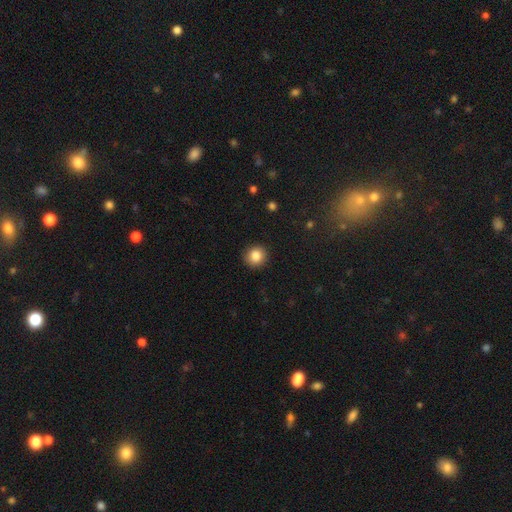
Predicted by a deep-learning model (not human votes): Smooth or featured? smooth (85%)
How rounded? round (92%)
Merging? none (91%)